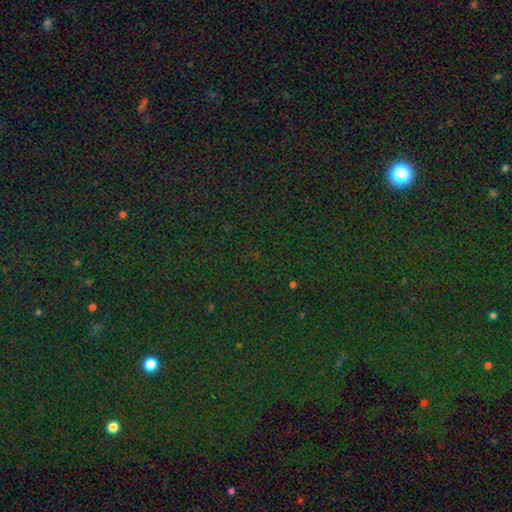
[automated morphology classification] type=star or artifact (80%).